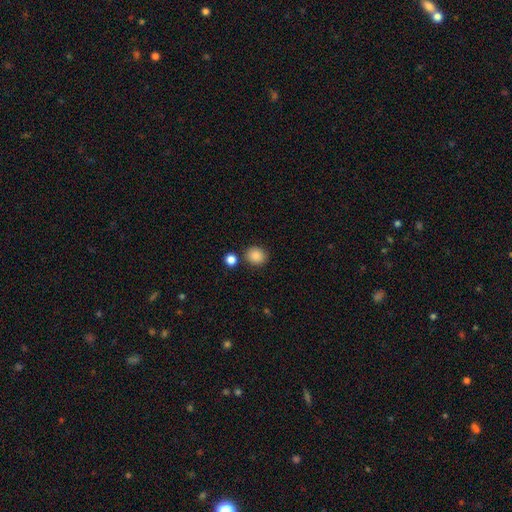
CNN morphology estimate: Smooth or featured: smooth — 87% (star or artifact — 9%)
How rounded: round — 76% (in between — 23%)
Merging: none — 82% (minor disturbance — 9%)